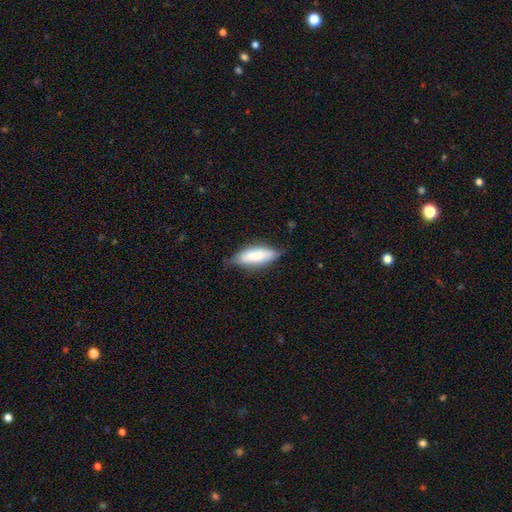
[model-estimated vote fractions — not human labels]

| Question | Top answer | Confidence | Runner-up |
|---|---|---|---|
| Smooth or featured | smooth | 79% | featured or disk (15%) |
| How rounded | in between | 63% | cigar-shaped (35%) |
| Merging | none | 66% | minor disturbance (27%) |